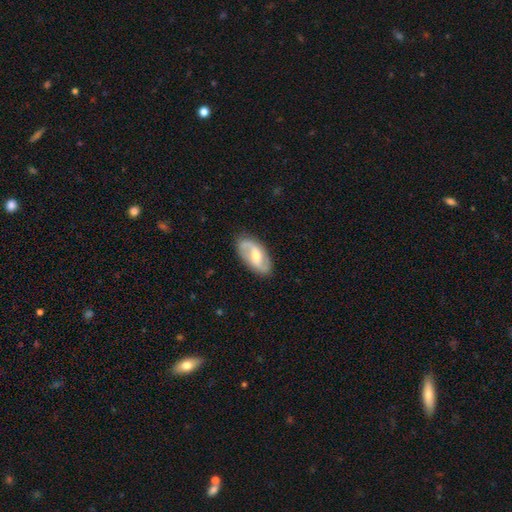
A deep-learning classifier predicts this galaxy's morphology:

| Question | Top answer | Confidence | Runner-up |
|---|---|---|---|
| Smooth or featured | featured or disk | 76% | smooth (19%) |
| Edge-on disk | no | 95% | yes (5%) |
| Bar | weak | 50% | no (31%) |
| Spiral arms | yes | 92% | no (8%) |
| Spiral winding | loose | 48% | medium (38%) |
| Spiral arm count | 2 | 89% | can't tell (5%) |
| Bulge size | moderate | 63% | small (29%) |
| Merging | none | 84% | minor disturbance (12%) |